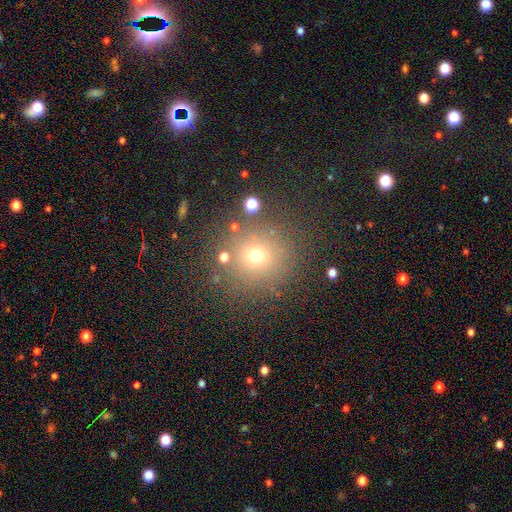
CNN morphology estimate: A smooth galaxy with no disk features (66%) that is round (92%). Merging: none (83%).